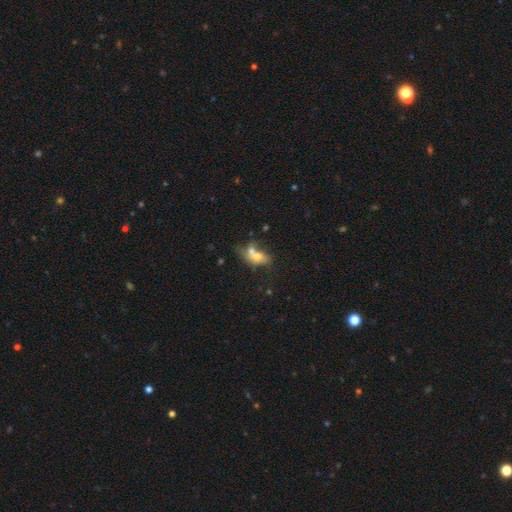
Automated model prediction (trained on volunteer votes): smooth 57%, featured or disk 31%, star or artifact 11%. Down the decision tree: how rounded — in between (75%); merging — merger (57%).